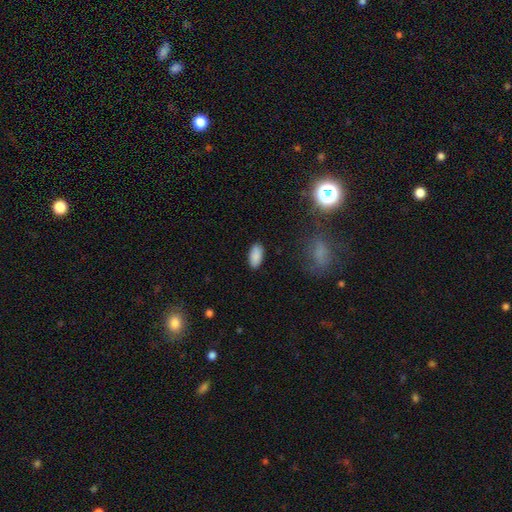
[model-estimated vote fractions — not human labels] Overall: smooth (88%). How rounded: in between (93%). Merging: none (87%).